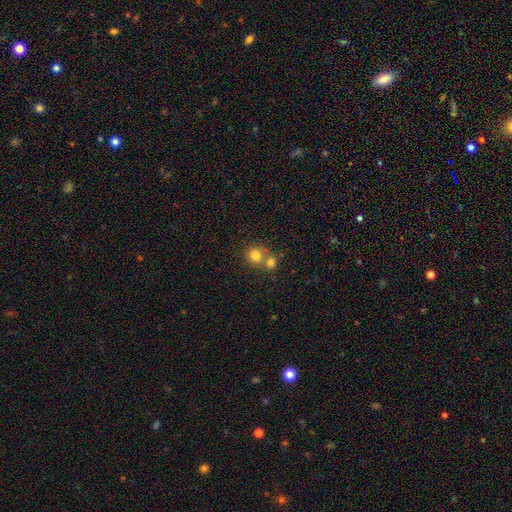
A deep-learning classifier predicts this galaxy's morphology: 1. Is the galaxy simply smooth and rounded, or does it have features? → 79% smooth, 11% star or artifact, 10% featured or disk.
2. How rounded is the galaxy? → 84% round, 15% in between, 1% cigar-shaped.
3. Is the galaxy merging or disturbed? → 47% merger, 44% none, 6% minor disturbance, 3% major disturbance.